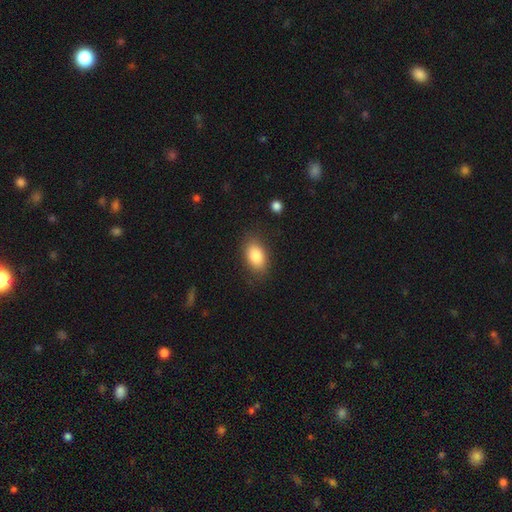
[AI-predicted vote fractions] Morphology: type=smooth (85%); roundness=in between (89%); merging=none (81%).